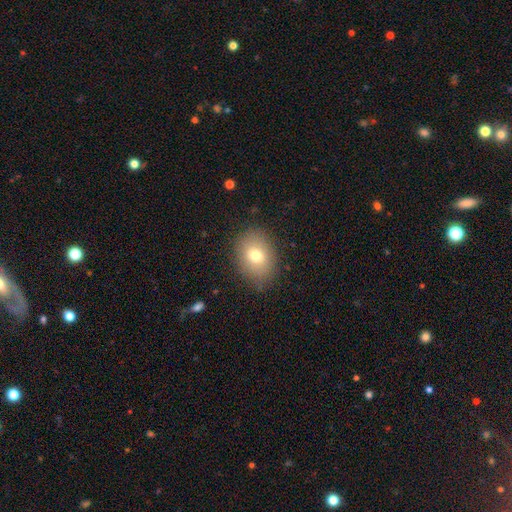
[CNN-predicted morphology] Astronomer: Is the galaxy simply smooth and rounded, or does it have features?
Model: smooth — 74%.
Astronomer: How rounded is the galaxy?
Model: in between — 62%.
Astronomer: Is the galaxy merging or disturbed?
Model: none — 82%.